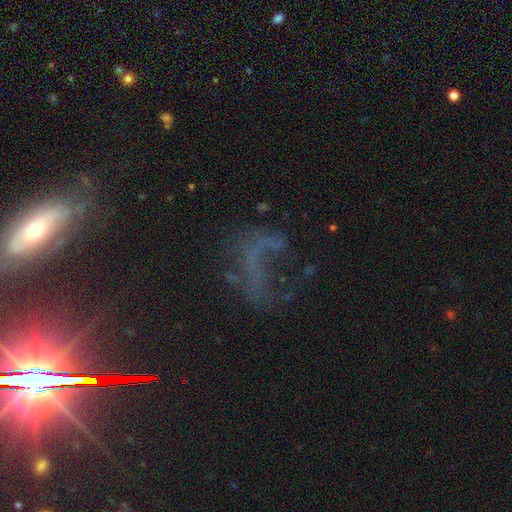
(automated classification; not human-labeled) A featured or disk galaxy (40%, tied with star or artifact).

Vote fractions:
- Smooth or featured? featured or disk: 40% (tied) / star or artifact: 40% (tied) / smooth: 20%
- Merging? major disturbance: 40% / none: 37% / minor disturbance: 14% / merger: 8%